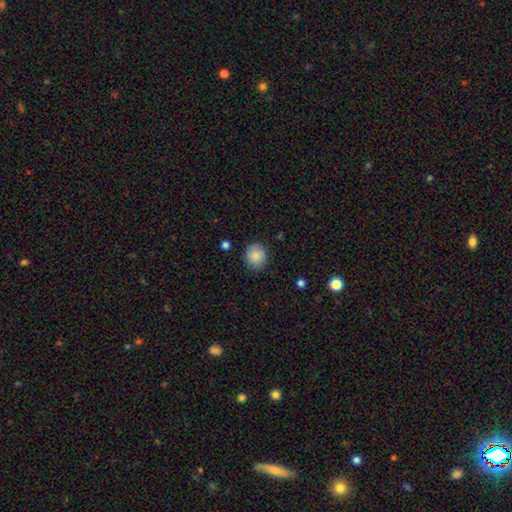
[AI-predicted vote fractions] This appears to be a smooth galaxy with no disk features (87%) that is round (86%). Merging: none (88%).